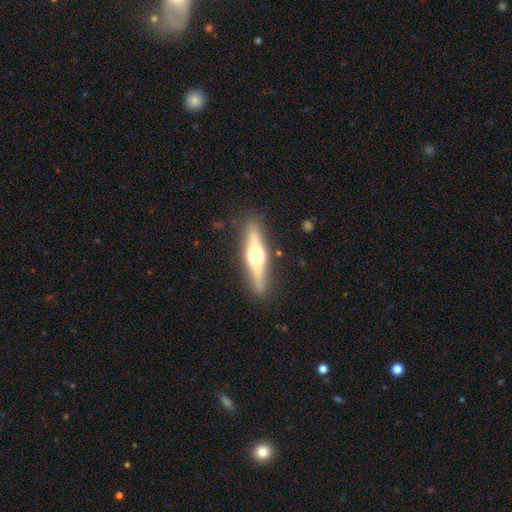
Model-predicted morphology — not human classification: smooth_or_featured: featured or disk (p=0.67) [alt: smooth p=0.27]
disk_edge_on: yes (p=0.95) [alt: no p=0.05]
edge_on_bulge: rounded (p=0.93) [alt: boxy p=0.05]
merging: none (p=0.86) [alt: minor disturbance p=0.10]